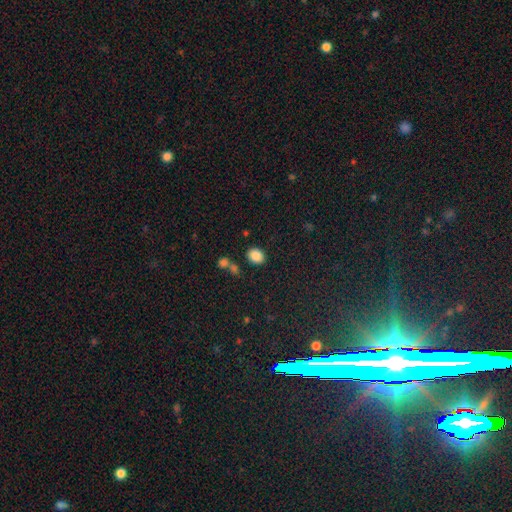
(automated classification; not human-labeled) smooth_or_featured: smooth (p=0.86) [alt: star or artifact p=0.10]
how_rounded: round (p=0.52) [alt: in between p=0.47]
merging: none (p=0.81) [alt: minor disturbance p=0.09]